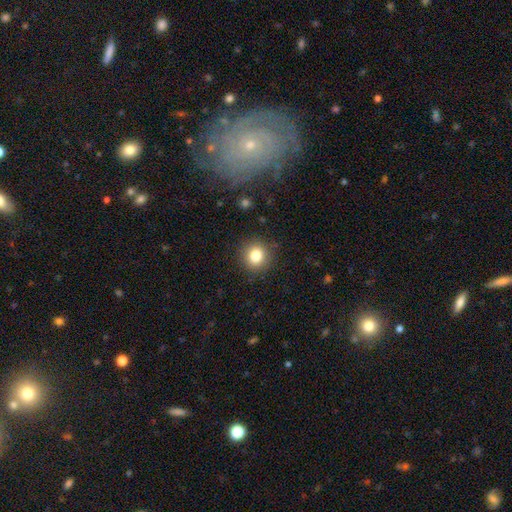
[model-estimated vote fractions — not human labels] Q: Smooth or featured?
A: smooth (82%); runner-up: star or artifact (11%)
Q: How rounded?
A: round (88%); runner-up: in between (11%)
Q: Merging?
A: none (88%); runner-up: minor disturbance (8%)